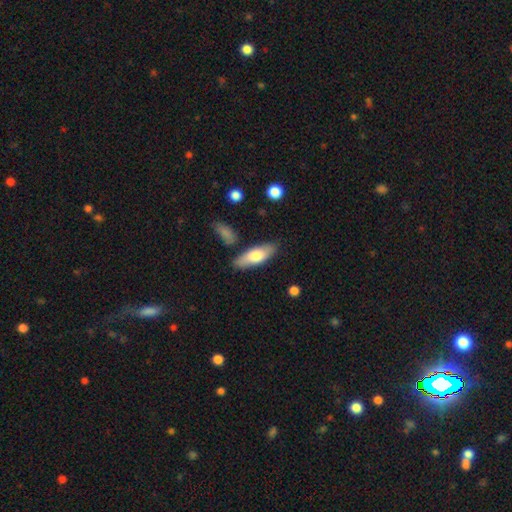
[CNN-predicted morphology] type=smooth (68%); roundness=in between (66%); merging=none (80%).